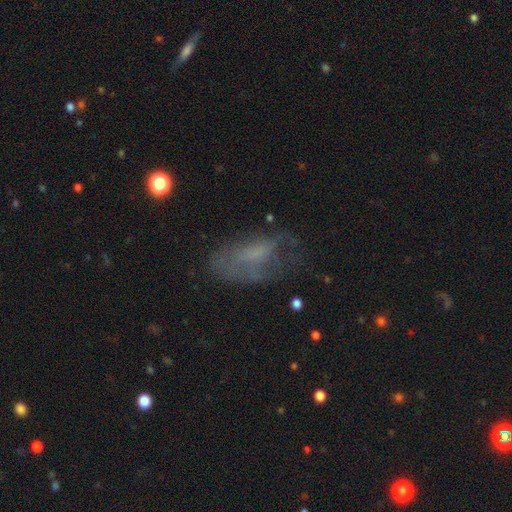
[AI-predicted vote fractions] Smooth or featured?
  - smooth: 43% *
  - featured or disk: 41%
  - star or artifact: 16%
Merging?
  - none: 51% *
  - minor disturbance: 25%
  - major disturbance: 21%
  - merger: 2%